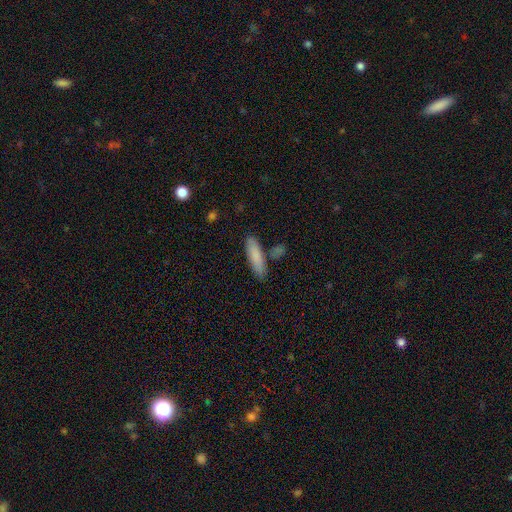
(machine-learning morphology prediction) Smooth or featured?
  - smooth: 83% *
  - featured or disk: 11%
  - star or artifact: 6%
How rounded?
  - cigar-shaped: 69% *
  - in between: 29%
  - round: 2%
Merging?
  - none: 79% *
  - minor disturbance: 12%
  - merger: 7%
  - major disturbance: 3%